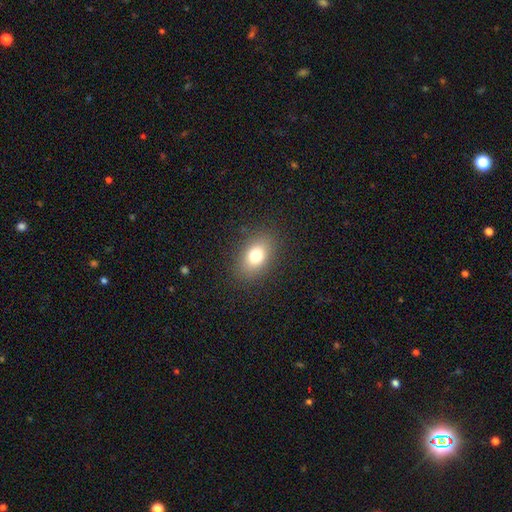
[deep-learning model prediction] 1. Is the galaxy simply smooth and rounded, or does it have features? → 78% smooth, 12% featured or disk, 11% star or artifact.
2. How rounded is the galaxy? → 79% in between, 19% round, 2% cigar-shaped.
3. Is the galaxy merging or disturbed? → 86% none, 9% minor disturbance, 4% major disturbance, 1% merger.